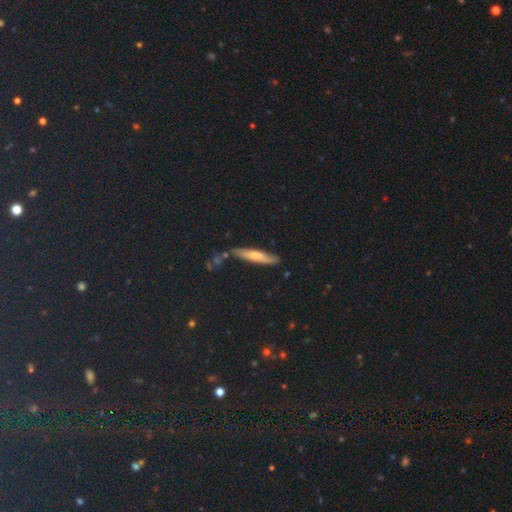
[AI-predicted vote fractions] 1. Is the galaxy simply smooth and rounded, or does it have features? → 58% smooth, 32% featured or disk, 9% star or artifact.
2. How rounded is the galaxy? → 86% cigar-shaped, 11% in between, 2% round.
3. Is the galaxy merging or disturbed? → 77% none, 16% minor disturbance, 4% merger, 4% major disturbance.